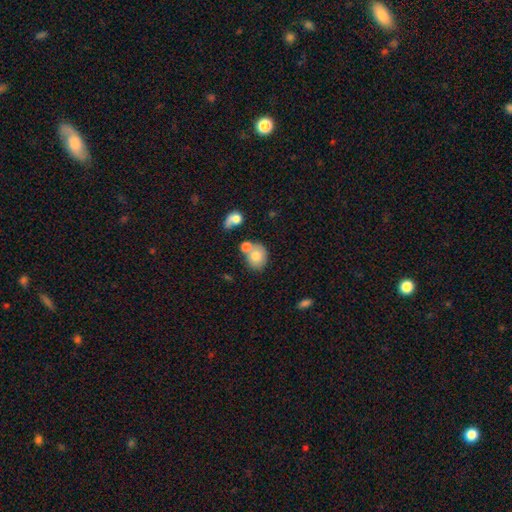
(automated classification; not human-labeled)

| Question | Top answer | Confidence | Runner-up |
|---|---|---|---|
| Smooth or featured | smooth | 72% | featured or disk (19%) |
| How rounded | round | 63% | in between (36%) |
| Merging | none | 45% | merger (36%) |